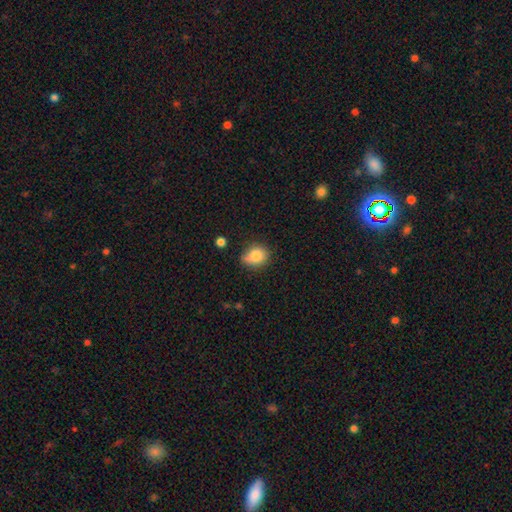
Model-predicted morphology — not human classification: This is clearly a smooth galaxy (84%). How rounded: possibly round (56%). Merging: likely none (65%).